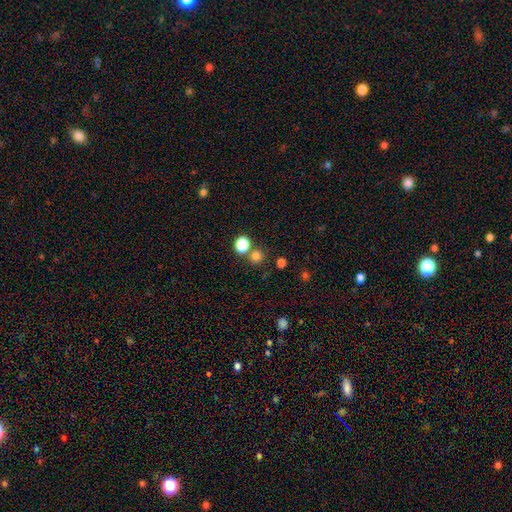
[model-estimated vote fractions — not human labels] The model was most divided on "merging": none: 71%, merger: 19%, minor disturbance: 7%, major disturbance: 3%. More confident: how rounded — round (90%); smooth or featured — smooth (77%).